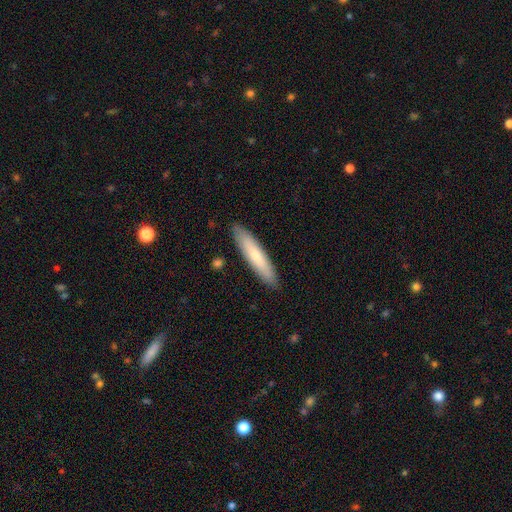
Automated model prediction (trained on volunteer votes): Smooth or featured?
  - smooth: 68% *
  - featured or disk: 26%
  - star or artifact: 5%
How rounded?
  - cigar-shaped: 85% *
  - in between: 14%
  - round: 1%
Merging?
  - none: 89% *
  - minor disturbance: 8%
  - major disturbance: 2%
  - merger: 1%